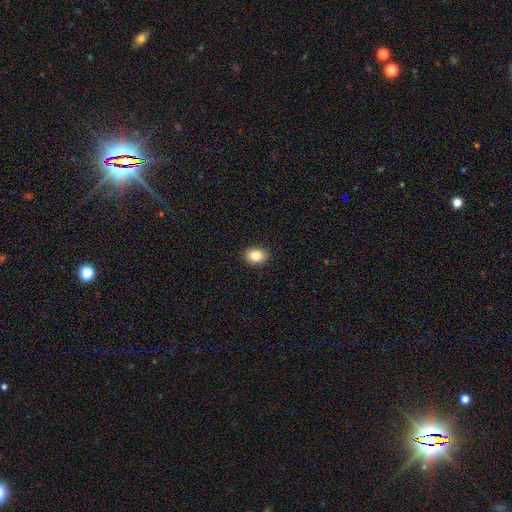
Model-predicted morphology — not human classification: smooth 85%, star or artifact 8%, featured or disk 6%. Down the decision tree: how rounded — in between (70%); merging — none (91%).